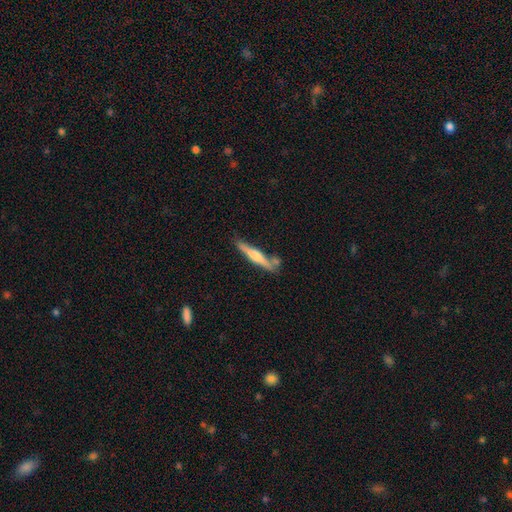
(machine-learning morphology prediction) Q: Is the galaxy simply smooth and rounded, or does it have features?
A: featured or disk — 55%.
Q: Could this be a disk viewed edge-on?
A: yes — 96%.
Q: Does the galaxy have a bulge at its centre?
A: rounded — 77%.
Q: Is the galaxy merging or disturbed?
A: none — 74%.